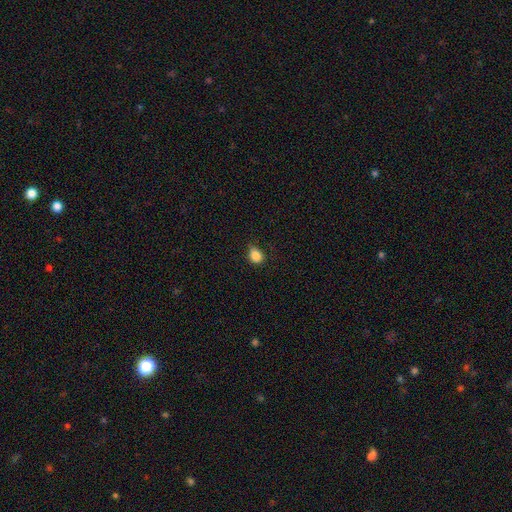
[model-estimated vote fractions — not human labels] Q: Smooth or featured?
A: smooth (85%); runner-up: star or artifact (10%)
Q: How rounded?
A: round (52%); runner-up: in between (46%)
Q: Merging?
A: none (62%); runner-up: minor disturbance (30%)